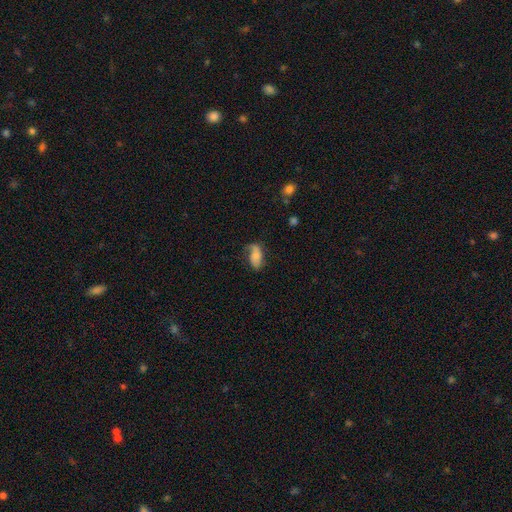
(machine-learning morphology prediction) Smooth or featured: smooth — 48% (featured or disk — 44%)
Merging: none — 51% (minor disturbance — 29%)